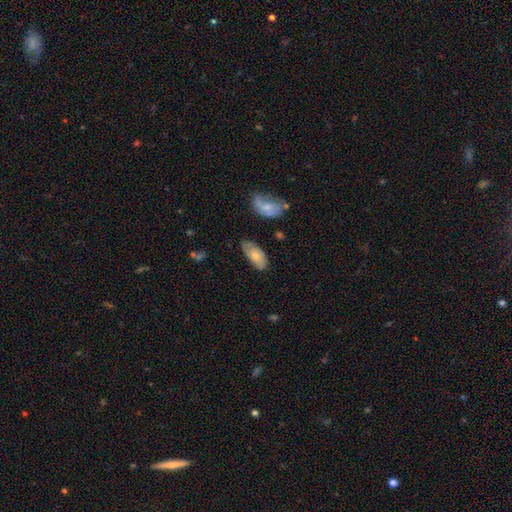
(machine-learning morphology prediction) smooth-or-featured: smooth: 64% | featured or disk: 30% | star or artifact: 7%
  how-rounded: in between: 90% | cigar-shaped: 7% | round: 3%
  merging: none: 61% | minor disturbance: 28% | major disturbance: 7% | merger: 4%